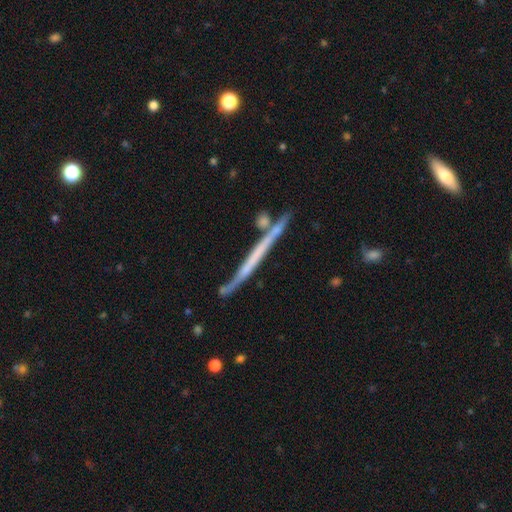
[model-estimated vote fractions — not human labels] Morphology: type=featured or disk (63%); edge-on=yes (95%); edge-on bulge=none (85%); merging=none (72%).